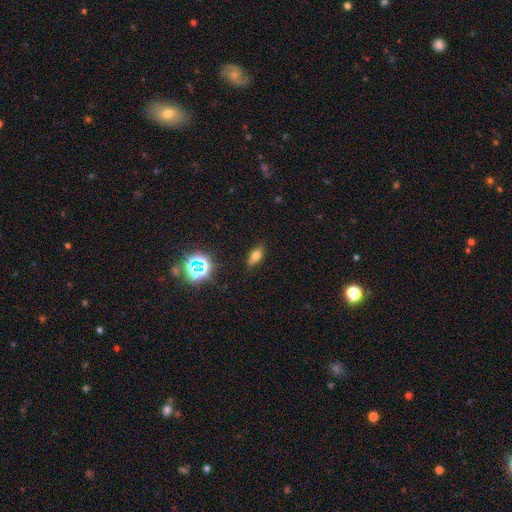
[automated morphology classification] smooth 59%, featured or disk 23%, star or artifact 18%. Down the decision tree: how rounded — in between (72%); merging — none (83%).